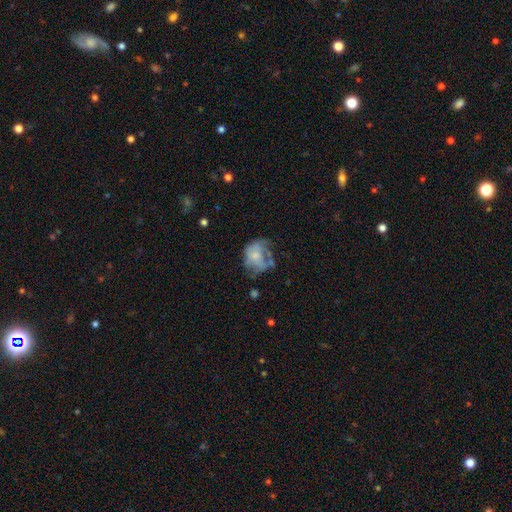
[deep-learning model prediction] This is possibly a featured or disk galaxy (50%). Merging: marginally major disturbance (37%).